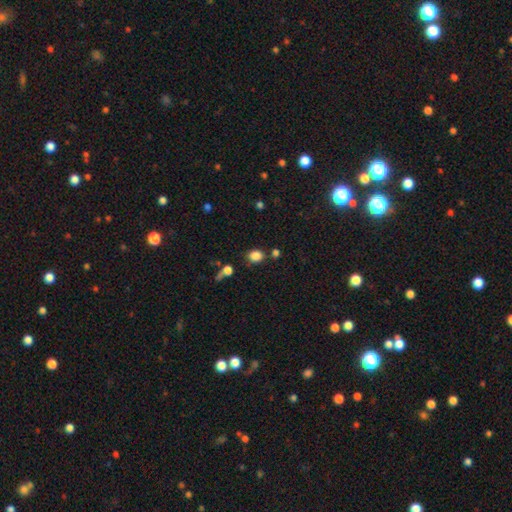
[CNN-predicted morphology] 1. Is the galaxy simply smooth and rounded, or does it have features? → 84% smooth, 11% star or artifact, 5% featured or disk.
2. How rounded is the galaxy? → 57% round, 42% in between, 1% cigar-shaped.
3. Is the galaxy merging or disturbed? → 73% none, 13% minor disturbance, 10% merger, 5% major disturbance.